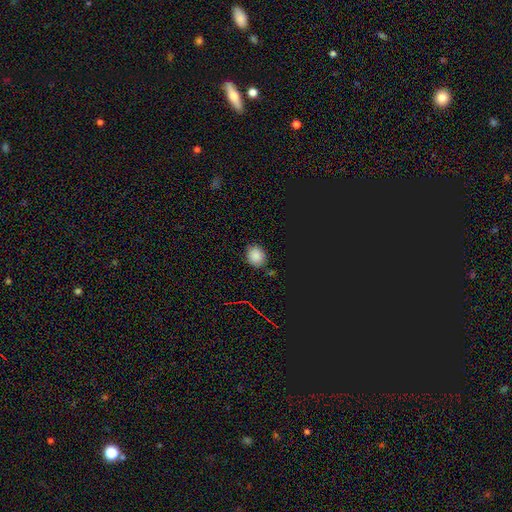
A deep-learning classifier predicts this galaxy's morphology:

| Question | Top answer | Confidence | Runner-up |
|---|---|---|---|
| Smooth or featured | smooth | 78% | star or artifact (17%) |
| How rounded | round | 71% | in between (28%) |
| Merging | none | 83% | minor disturbance (11%) |